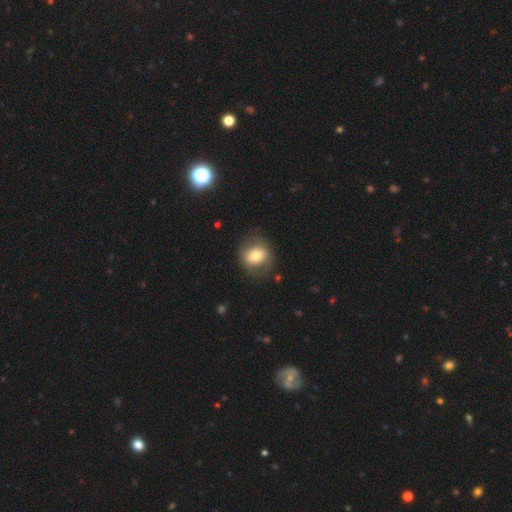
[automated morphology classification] Smooth or featured? smooth (67%)
How rounded? round (74%)
Merging? none (76%)